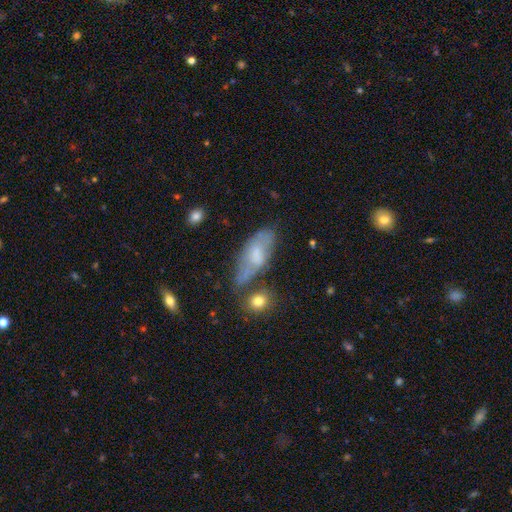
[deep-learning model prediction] smooth_or_featured: smooth (p=0.47) [alt: featured or disk p=0.44]
merging: none (p=0.53) [alt: minor disturbance p=0.25]